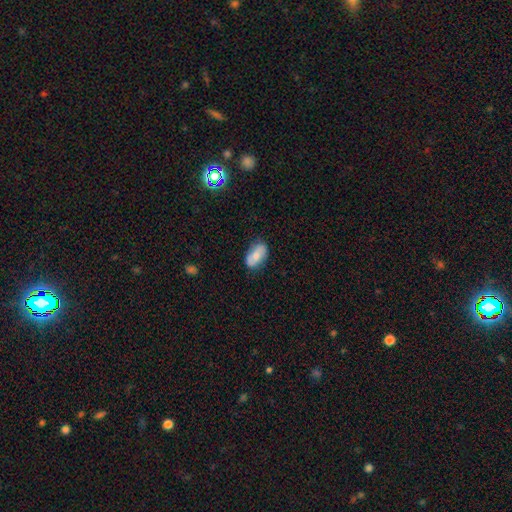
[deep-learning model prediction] Morphology: type=smooth (65%); roundness=in between (92%); merging=none (73%).